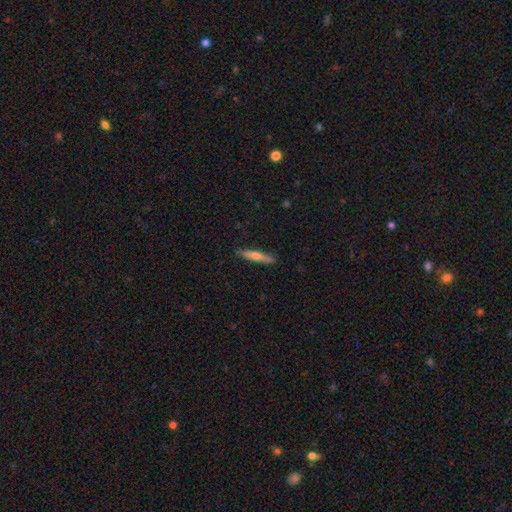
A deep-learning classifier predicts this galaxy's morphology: type=smooth (57%); roundness=cigar-shaped (92%); merging=none (89%).